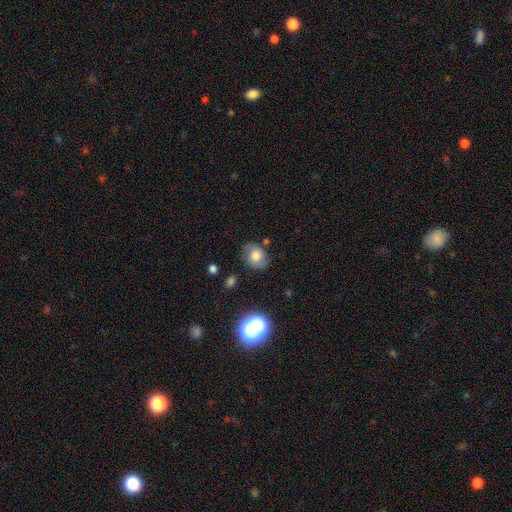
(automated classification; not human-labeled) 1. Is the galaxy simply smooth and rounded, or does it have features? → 63% smooth, 25% featured or disk, 12% star or artifact.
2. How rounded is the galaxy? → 53% in between, 46% round, 1% cigar-shaped.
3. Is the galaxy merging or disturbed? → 74% none, 19% minor disturbance, 5% major disturbance, 2% merger.